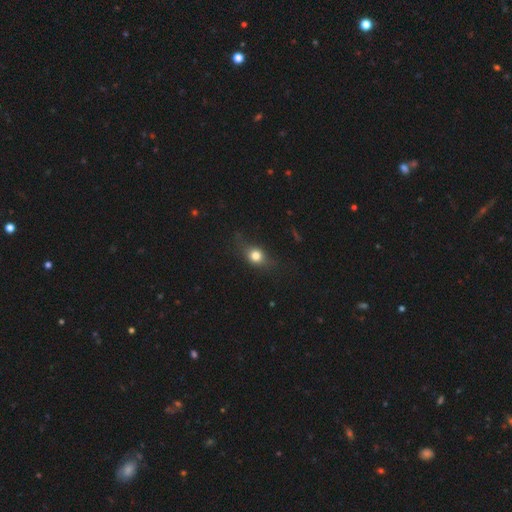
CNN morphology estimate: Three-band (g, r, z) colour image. It shows a smooth galaxy with no disk features (70%) that is round (53%). Merging: none (67%).